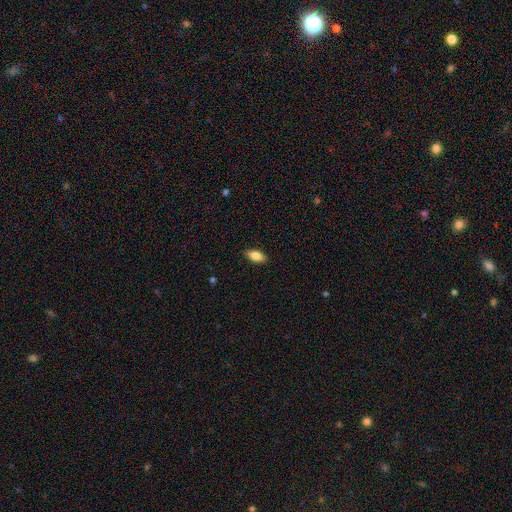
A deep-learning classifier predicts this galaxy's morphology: Smooth or featured? Predicted: smooth (p=0.81). How rounded? Predicted: in between (p=0.86). Merging? Predicted: none (p=0.88).